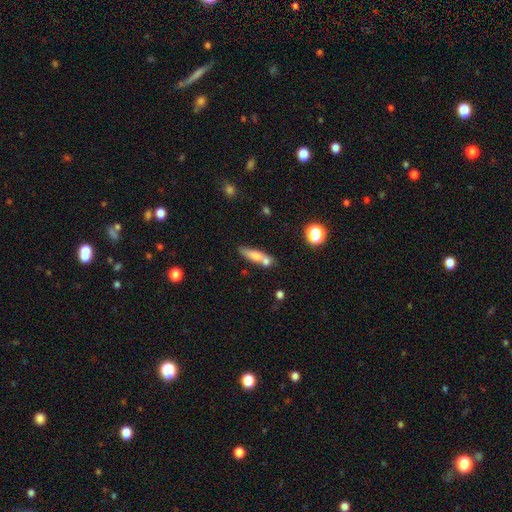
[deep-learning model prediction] Overall: smooth (66%). How rounded: cigar-shaped (70%). Merging: none (54%; merger 26%).